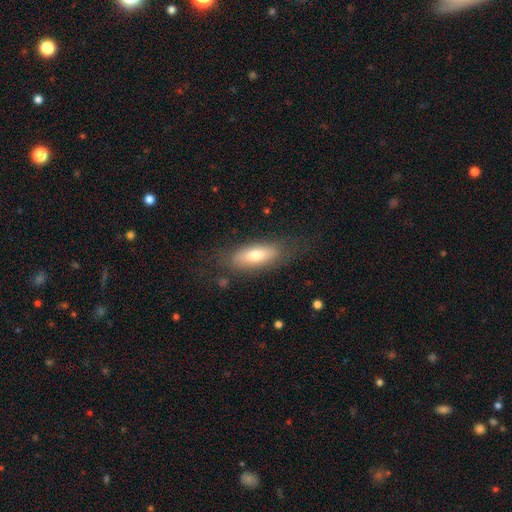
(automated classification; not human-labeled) A smooth galaxy with no disk features (70%) that is in between round and cigar-shaped (72%).

Vote fractions:
- Smooth or featured? smooth: 70% / featured or disk: 24% / star or artifact: 7%
- How rounded? in between: 72% / cigar-shaped: 26% / round: 3%
- Merging? none: 74% / minor disturbance: 17% / major disturbance: 8% / merger: 2%